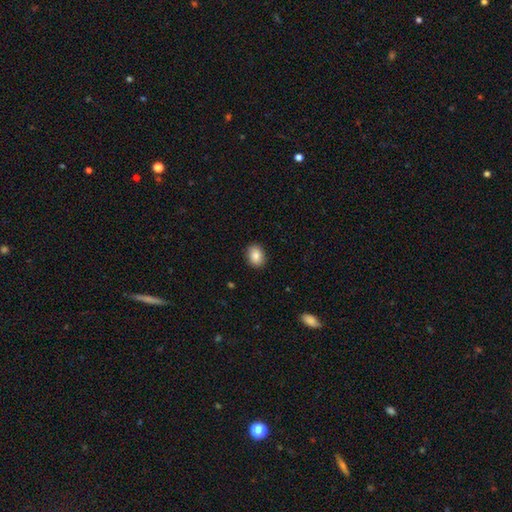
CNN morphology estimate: Q: Smooth or featured?
A: smooth (86%); runner-up: star or artifact (8%)
Q: How rounded?
A: in between (64%); runner-up: round (35%)
Q: Merging?
A: none (89%); runner-up: minor disturbance (8%)